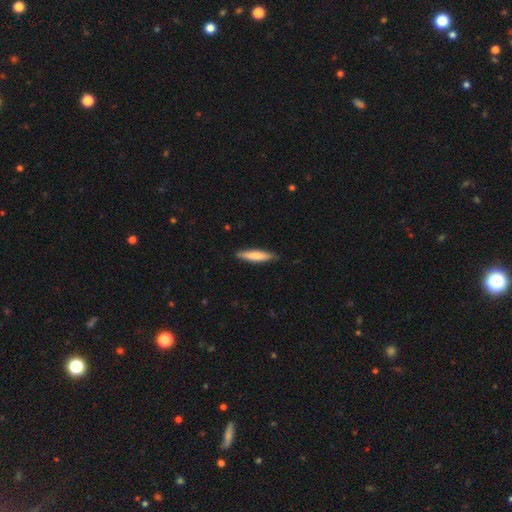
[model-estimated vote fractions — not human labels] smooth-or-featured: smooth: 73% | featured or disk: 22% | star or artifact: 5%
  how-rounded: cigar-shaped: 85% | in between: 14% | round: 1%
  merging: none: 87% | minor disturbance: 10% | major disturbance: 2% | merger: 1%